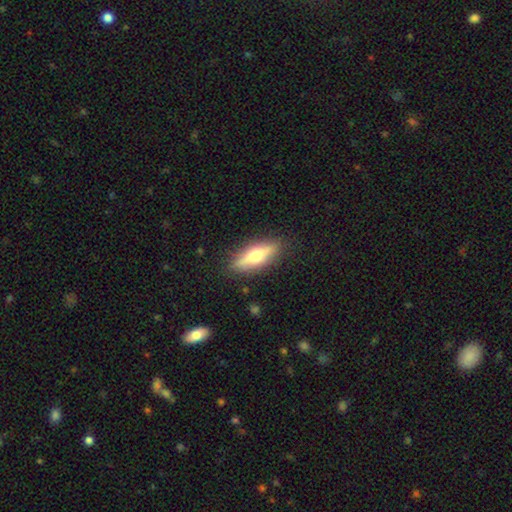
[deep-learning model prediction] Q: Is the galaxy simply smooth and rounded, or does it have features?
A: smooth — 47%.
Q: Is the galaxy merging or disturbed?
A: none — 86%.